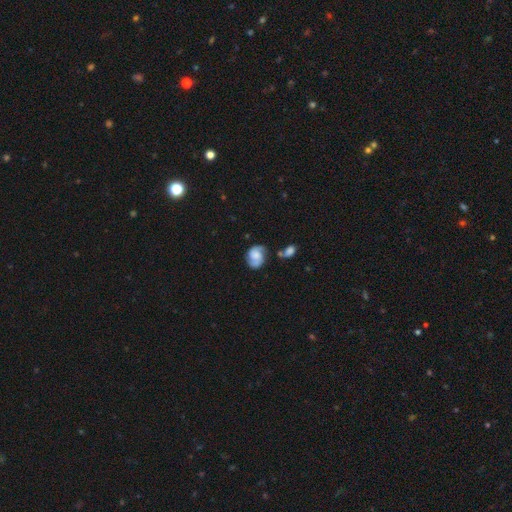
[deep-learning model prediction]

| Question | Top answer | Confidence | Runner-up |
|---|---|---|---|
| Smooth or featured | featured or disk | 64% | smooth (28%) |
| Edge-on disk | no | 98% | yes (2%) |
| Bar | no | 61% | weak (33%) |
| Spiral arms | yes | 92% | no (8%) |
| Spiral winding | medium | 46% | tight (34%) |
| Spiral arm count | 2 | 85% | can't tell (7%) |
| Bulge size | moderate | 32% | small (23%) |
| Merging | none | 60% | minor disturbance (21%) |